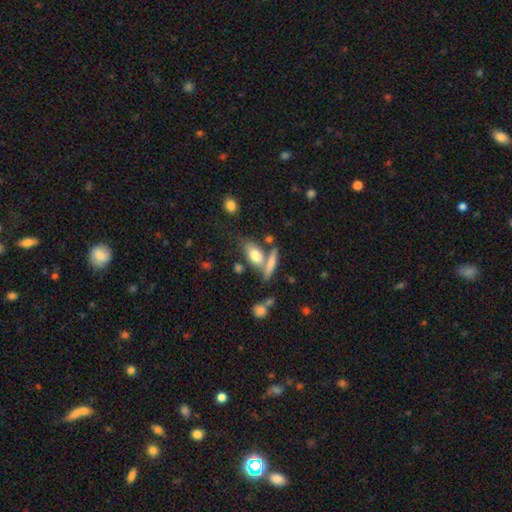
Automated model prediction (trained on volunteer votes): Overall: smooth (72%). How rounded: in between (75%). Merging: none (46%; merger 33%).